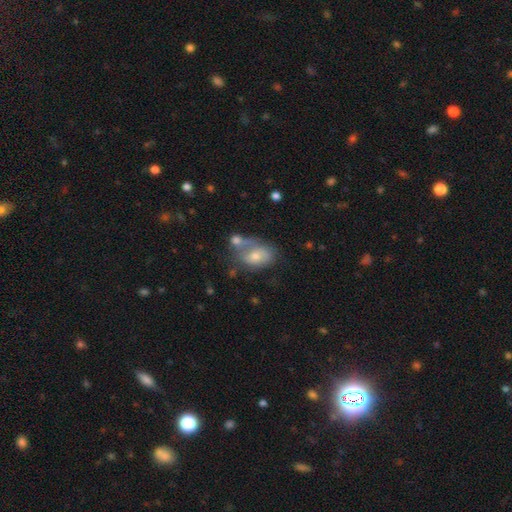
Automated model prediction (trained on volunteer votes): smooth 59%, featured or disk 30%, star or artifact 11%. Down the decision tree: how rounded — in between (79%); merging — none (36%).